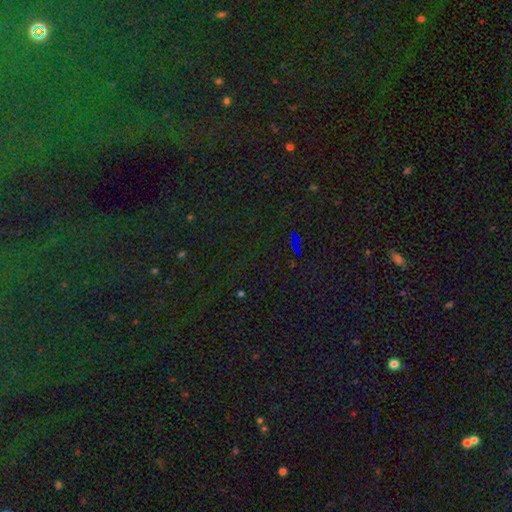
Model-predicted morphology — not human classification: smooth_or_featured: star or artifact (p=0.81) [alt: smooth p=0.11]